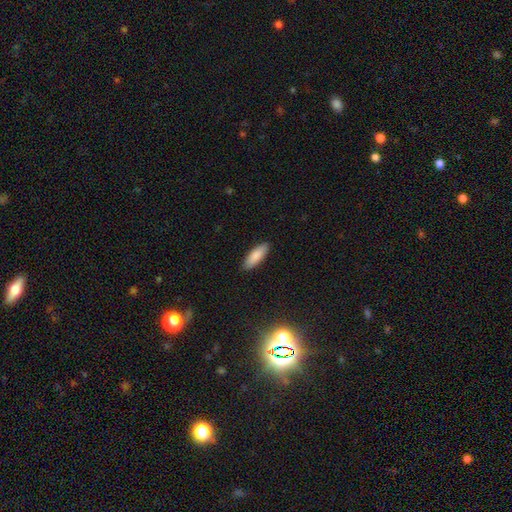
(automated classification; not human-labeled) Smooth or featured? smooth (86%)
How rounded? in between (60%)
Merging? none (89%)